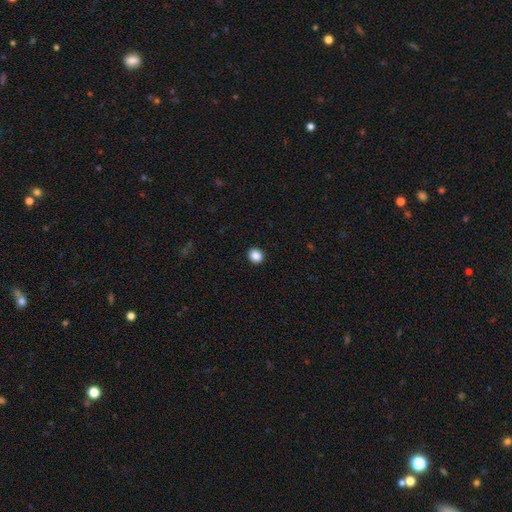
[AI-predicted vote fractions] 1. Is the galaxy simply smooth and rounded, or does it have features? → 88% smooth, 10% star or artifact, 3% featured or disk.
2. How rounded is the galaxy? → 78% round, 21% in between, 1% cigar-shaped.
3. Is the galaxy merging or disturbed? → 92% none, 5% minor disturbance, 2% major disturbance, 1% merger.